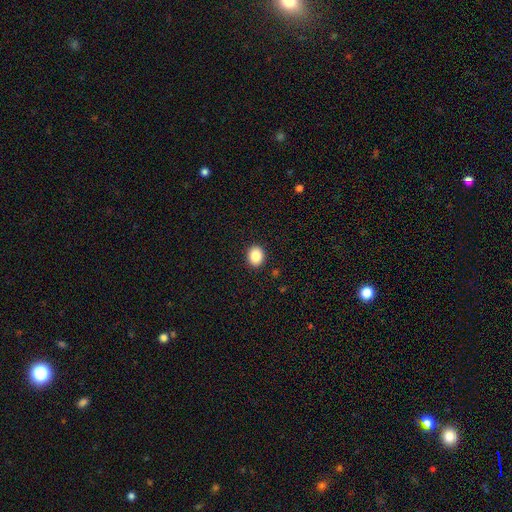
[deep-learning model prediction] Smooth or featured? Predicted: smooth (p=0.88). How rounded? Predicted: round (p=0.59). Merging? Predicted: none (p=0.91).